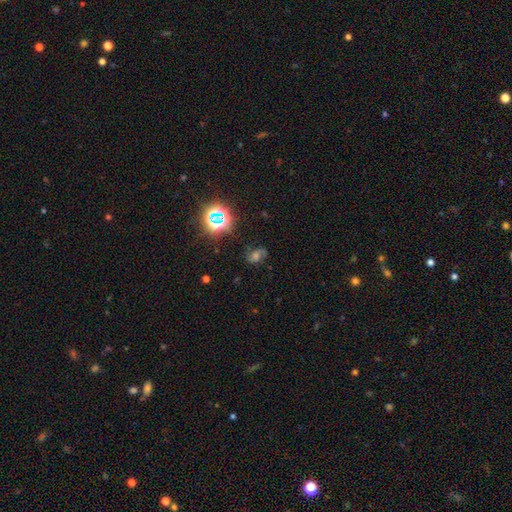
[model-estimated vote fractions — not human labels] Smooth or featured? Predicted: star or artifact (p=0.39).